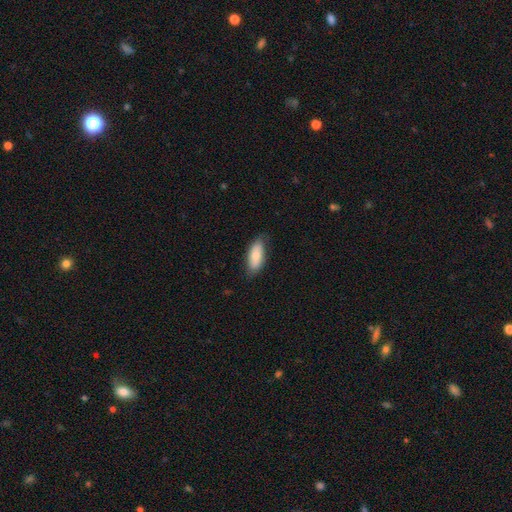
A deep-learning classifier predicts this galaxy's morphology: This is likely a smooth galaxy (75%). How rounded: clearly in between (84%). Merging: likely none (76%).